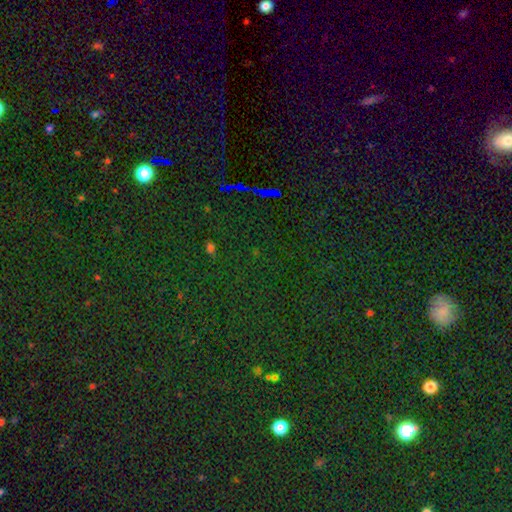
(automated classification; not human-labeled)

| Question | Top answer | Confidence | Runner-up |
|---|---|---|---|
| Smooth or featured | star or artifact | 78% | smooth (13%) |